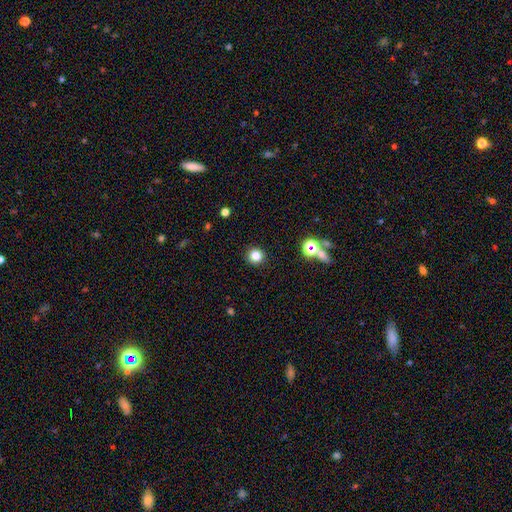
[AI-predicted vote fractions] The model was most divided on "smooth or featured": smooth: 80%, star or artifact: 15%, featured or disk: 5%. More confident: how rounded — round (95%); merging — none (91%).